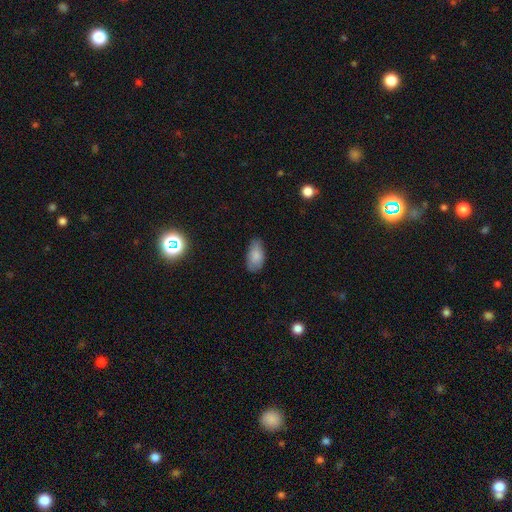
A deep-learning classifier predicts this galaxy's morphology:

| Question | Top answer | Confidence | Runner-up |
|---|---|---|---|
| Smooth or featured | smooth | 84% | featured or disk (8%) |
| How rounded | in between | 94% | round (3%) |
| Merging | none | 73% | minor disturbance (22%) |